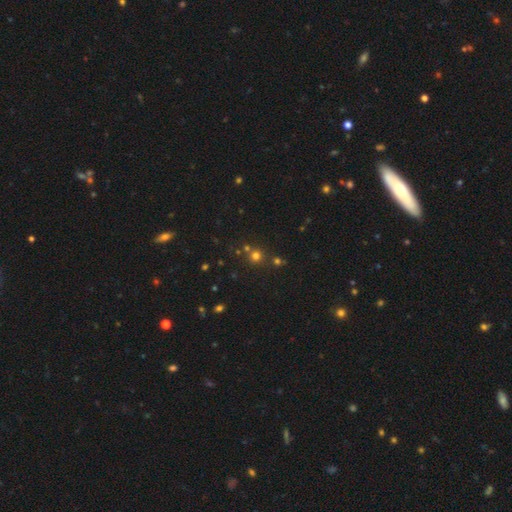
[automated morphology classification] A smooth galaxy with no disk features (64%) that is round (91%). Merging: none (72%).